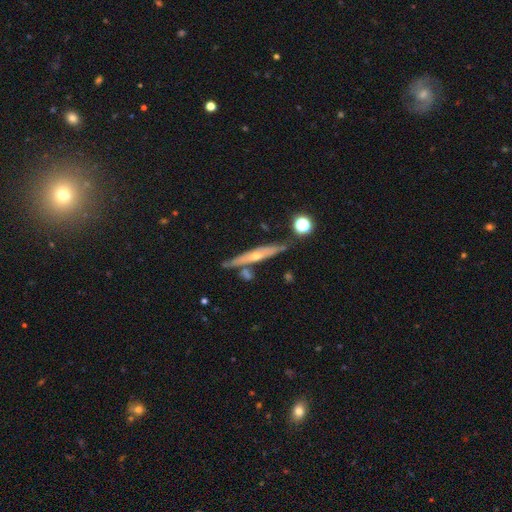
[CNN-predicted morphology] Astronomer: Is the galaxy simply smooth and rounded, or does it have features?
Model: featured or disk — 69%.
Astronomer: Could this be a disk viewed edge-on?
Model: yes — 89%.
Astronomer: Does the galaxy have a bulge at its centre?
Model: rounded — 77%.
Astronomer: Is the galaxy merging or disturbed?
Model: none — 74%.